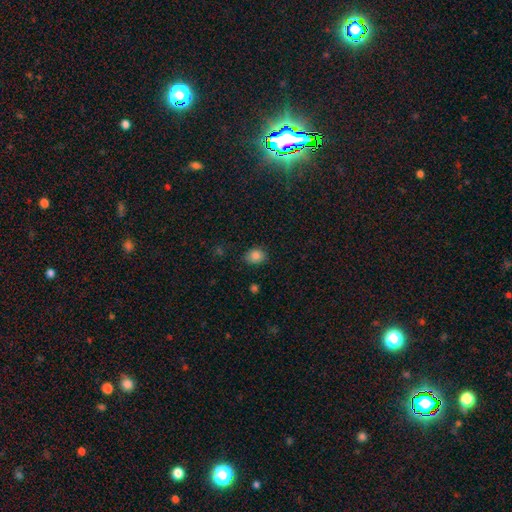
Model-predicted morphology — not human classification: This is clearly a smooth galaxy (85%). How rounded: possibly in between (50%). Merging: likely none (79%).